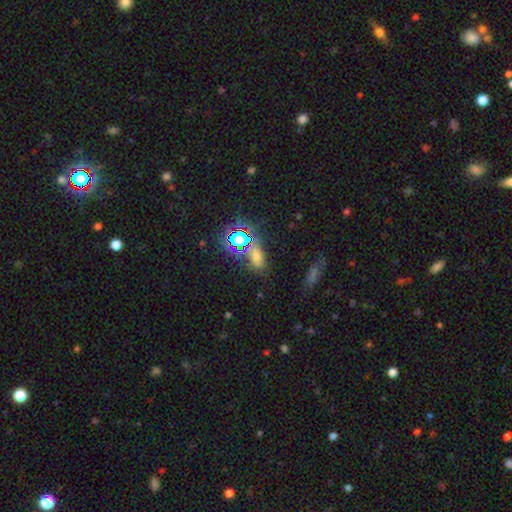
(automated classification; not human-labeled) star or artifact 49%, smooth 41%, featured or disk 10%.